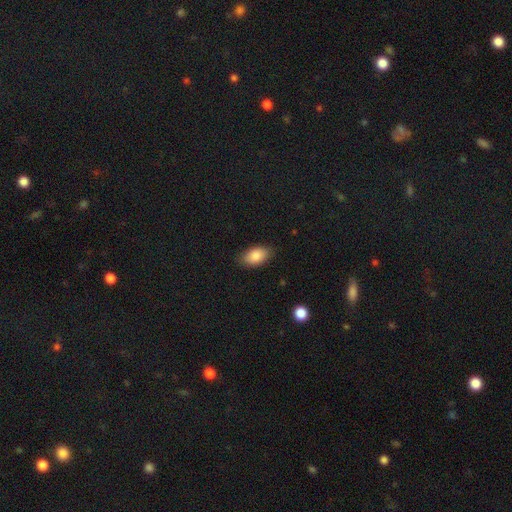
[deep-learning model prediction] Overall: smooth (86%). How rounded: in between (92%). Merging: none (84%).